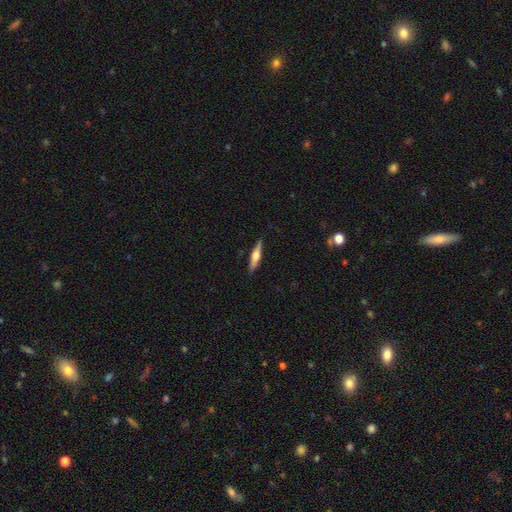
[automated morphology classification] Overall: featured or disk (57%; smooth 37%). Edge-on disk: yes (96%). Edge-on bulge: rounded (86%). Merging: none (89%).